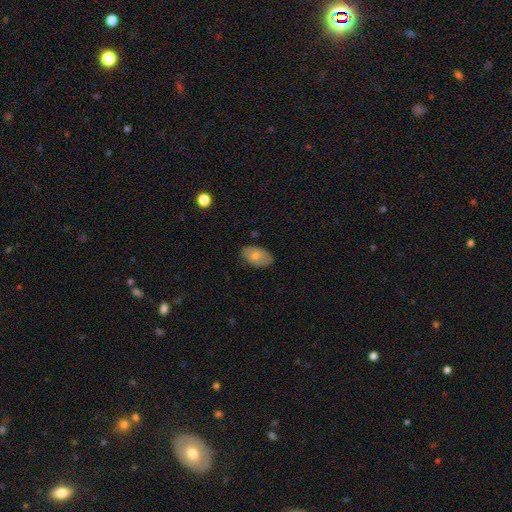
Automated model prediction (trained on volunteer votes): Smooth or featured? smooth (76%)
How rounded? in between (91%)
Merging? none (77%)